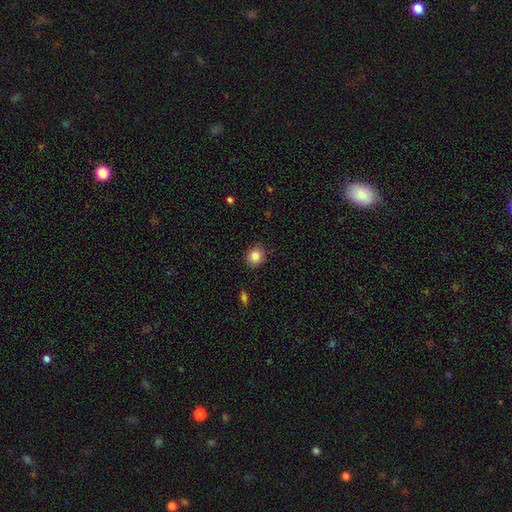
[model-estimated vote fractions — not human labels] A smooth galaxy with no disk features (85%) that is round (72%).

Vote fractions:
- Smooth or featured? smooth: 85% / star or artifact: 9% / featured or disk: 6%
- How rounded? round: 72% / in between: 27% / cigar-shaped: 1%
- Merging? none: 89% / minor disturbance: 8% / major disturbance: 2% / merger: 1%